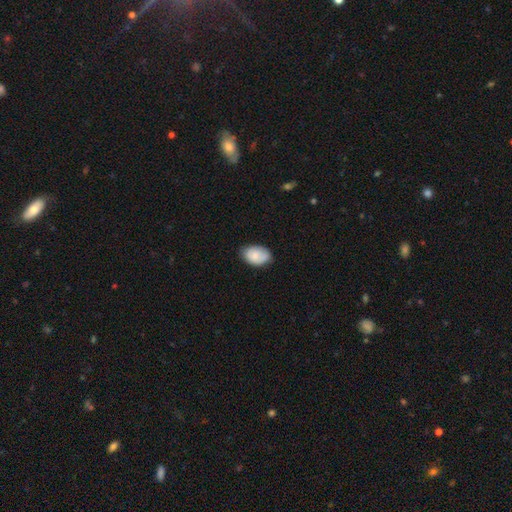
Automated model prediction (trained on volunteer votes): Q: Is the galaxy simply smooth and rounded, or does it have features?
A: smooth — 81%.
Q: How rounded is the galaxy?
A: in between — 87%.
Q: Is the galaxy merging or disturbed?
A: none — 72%.